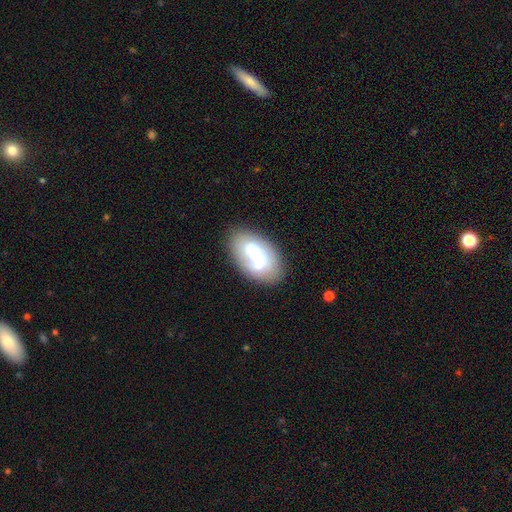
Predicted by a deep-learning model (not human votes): Q: Smooth or featured?
A: featured or disk (61%); runner-up: smooth (32%)
Q: Edge-on disk?
A: no (93%); runner-up: yes (7%)
Q: Bar?
A: weak (43%); runner-up: no (36%)
Q: Spiral arms?
A: yes (66%); runner-up: no (34%)
Q: Bulge size?
A: moderate (56%); runner-up: small (35%)
Q: Merging?
A: none (80%); runner-up: minor disturbance (13%)